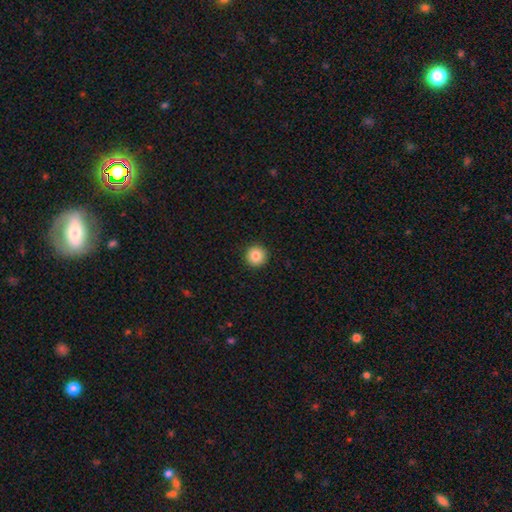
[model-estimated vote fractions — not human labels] Morphology: type=smooth (85%); roundness=round (96%); merging=none (93%).